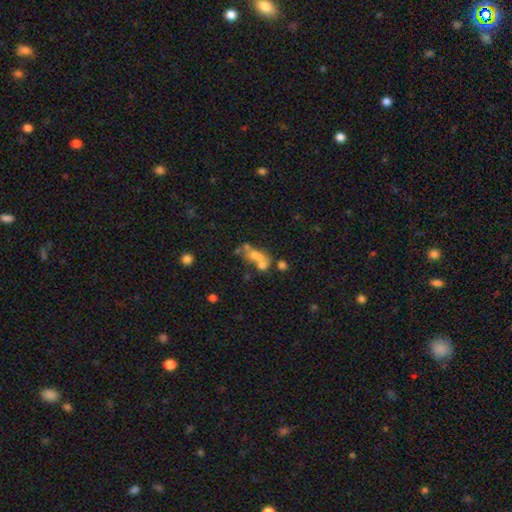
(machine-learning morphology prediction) Smooth or featured? Predicted: smooth (p=0.50). Merging? Predicted: merger (p=0.52).